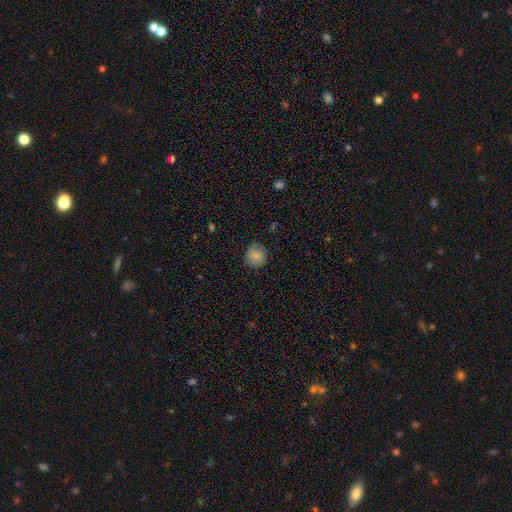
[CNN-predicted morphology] smooth_or_featured: smooth (p=0.83) [alt: star or artifact p=0.09]
how_rounded: round (p=0.84) [alt: in between p=0.15]
merging: none (p=0.78) [alt: minor disturbance p=0.18]